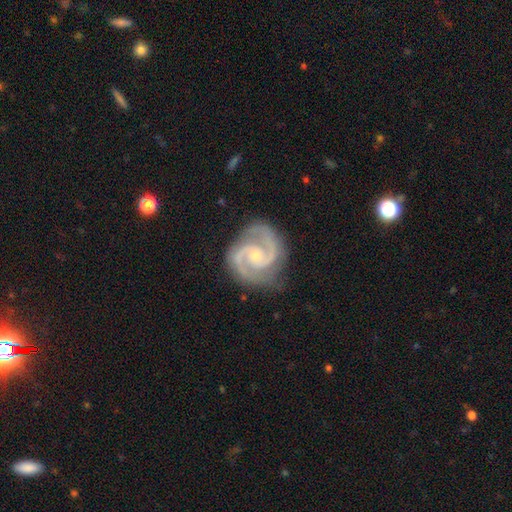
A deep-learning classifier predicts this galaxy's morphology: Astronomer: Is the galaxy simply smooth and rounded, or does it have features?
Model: featured or disk — 94%.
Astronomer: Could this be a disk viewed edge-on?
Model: no — 98%.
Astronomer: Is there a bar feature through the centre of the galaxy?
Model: no — 59%.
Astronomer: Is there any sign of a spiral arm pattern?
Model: yes — 99%.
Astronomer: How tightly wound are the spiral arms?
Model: medium — 56% (runner-up: tight, 38%).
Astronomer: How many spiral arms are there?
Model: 2 — 93%.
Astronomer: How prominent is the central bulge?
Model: small — 70%.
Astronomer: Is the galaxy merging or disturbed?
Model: none — 83%.